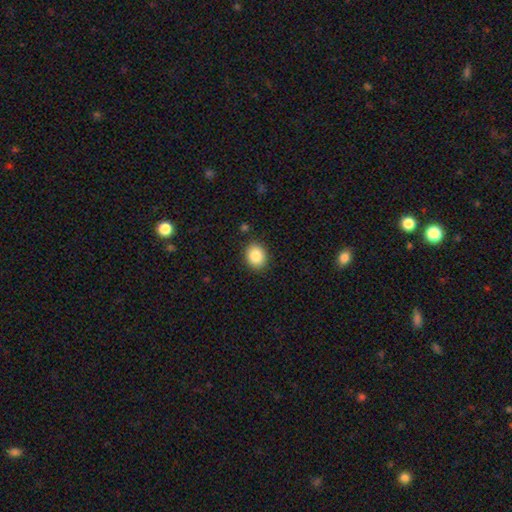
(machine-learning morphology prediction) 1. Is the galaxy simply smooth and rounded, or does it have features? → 87% smooth, 8% star or artifact, 5% featured or disk.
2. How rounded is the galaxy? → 55% round, 44% in between, 1% cigar-shaped.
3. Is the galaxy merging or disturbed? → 87% none, 9% minor disturbance, 2% major disturbance, 2% merger.